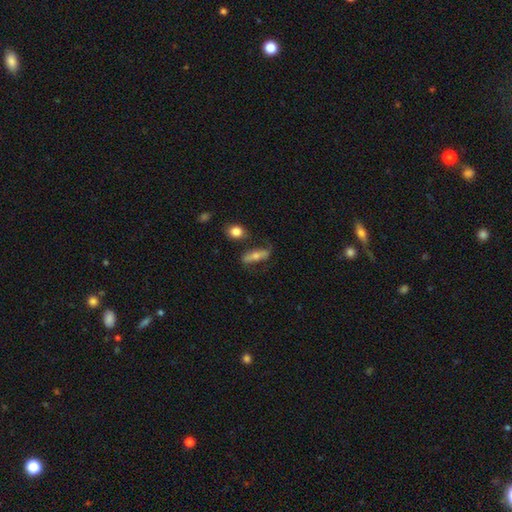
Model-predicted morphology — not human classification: type=featured or disk (49%); merging=none (65%).